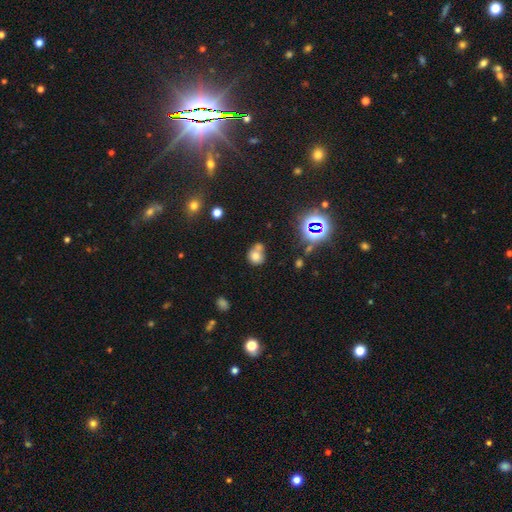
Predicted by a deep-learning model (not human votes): This is likely a smooth galaxy (71%). How rounded: likely round (74%). Merging: marginally merger (44%).